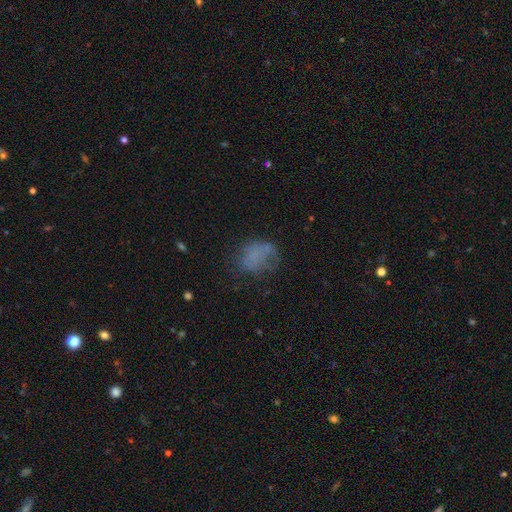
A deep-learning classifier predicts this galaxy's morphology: smooth-or-featured: smooth: 60% | featured or disk: 23% | star or artifact: 17%
  how-rounded: in between: 66% | round: 33% | cigar-shaped: 2%
  merging: none: 44% | major disturbance: 27% | minor disturbance: 26% | merger: 3%